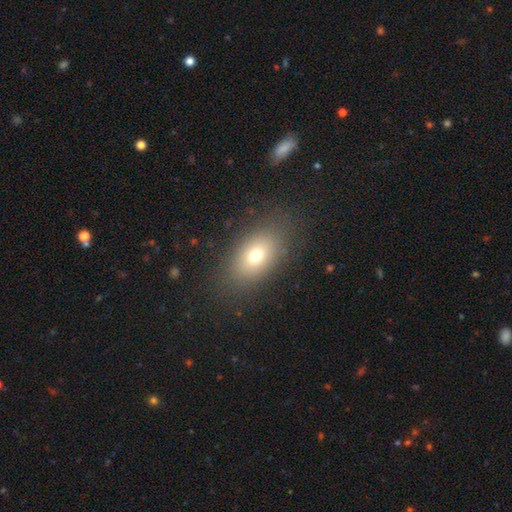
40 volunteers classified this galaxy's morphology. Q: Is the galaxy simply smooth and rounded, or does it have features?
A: smooth — 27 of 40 (68%).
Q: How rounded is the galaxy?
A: in between — 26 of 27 (96%).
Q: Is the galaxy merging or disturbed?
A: none — 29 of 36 (81%).